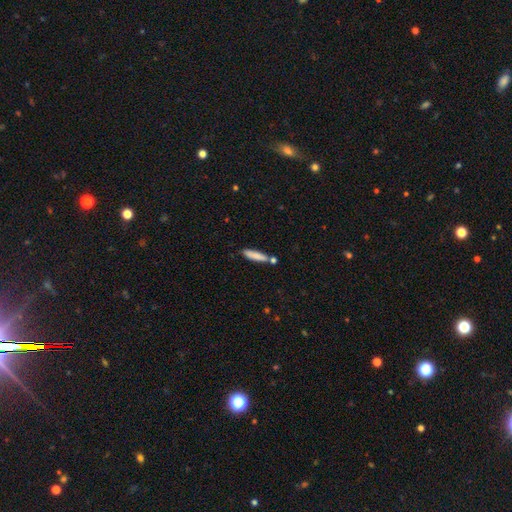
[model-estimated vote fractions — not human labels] This appears to be a smooth galaxy with no disk features (82%) that is cigar-shaped (82%). Merging: none (73%).